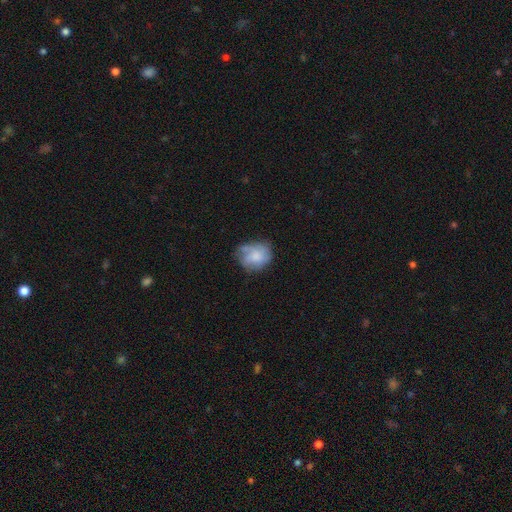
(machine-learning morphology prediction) smooth-or-featured: smooth: 55% | featured or disk: 37% | star or artifact: 8%
  how-rounded: round: 57% | in between: 42% | cigar-shaped: 1%
  merging: none: 54% | minor disturbance: 29% | major disturbance: 15% | merger: 2%